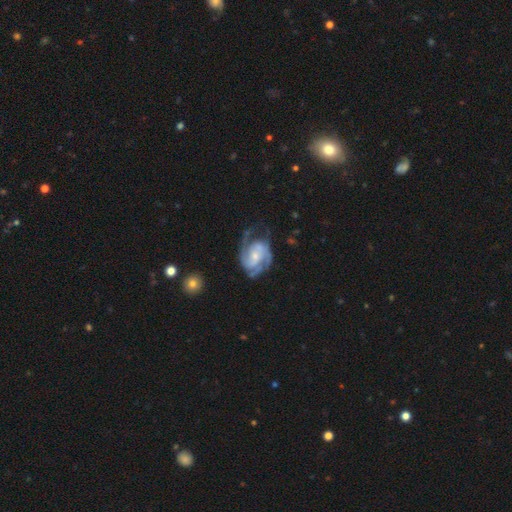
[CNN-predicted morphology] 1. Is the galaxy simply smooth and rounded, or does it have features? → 88% featured or disk, 7% smooth, 5% star or artifact.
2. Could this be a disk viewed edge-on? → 98% no, 2% yes.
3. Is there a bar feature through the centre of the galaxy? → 55% no, 35% weak, 10% strong.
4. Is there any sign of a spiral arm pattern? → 97% yes, 3% no.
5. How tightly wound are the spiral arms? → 46% medium, 42% tight, 12% loose.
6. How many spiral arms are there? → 56% 2, 20% 3, 12% can't tell, 4% 1, 4% 4, 3% more than 4.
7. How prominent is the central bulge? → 58% small, 32% moderate, 5% none, 4% large, 1% dominant.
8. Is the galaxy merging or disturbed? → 56% none, 22% minor disturbance, 19% major disturbance, 3% merger.